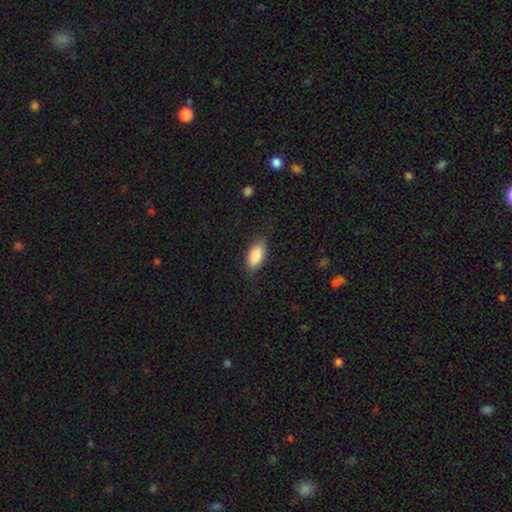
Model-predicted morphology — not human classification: The model was most divided on "merging": none: 81%, minor disturbance: 14%, major disturbance: 4%, merger: 1%. More confident: how rounded — in between (92%); smooth or featured — smooth (87%).